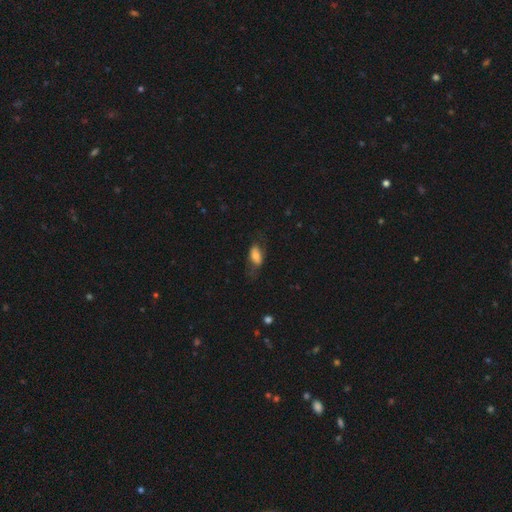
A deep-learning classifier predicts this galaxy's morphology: Smooth or featured? smooth (66%)
How rounded? in between (87%)
Merging? none (54%)